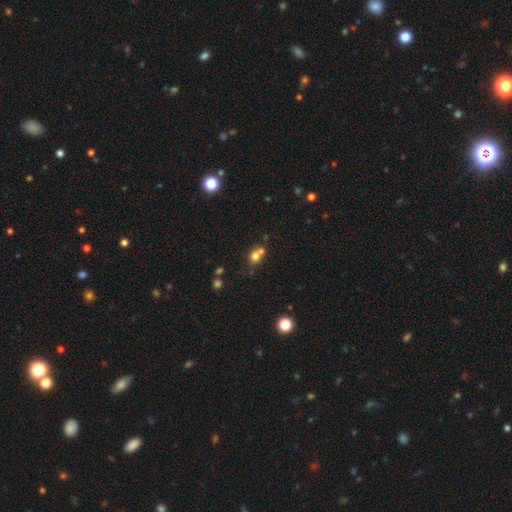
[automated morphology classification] This is likely a smooth galaxy (71%). How rounded: likely round (75%). Merging: marginally none (44%, tied with merger).